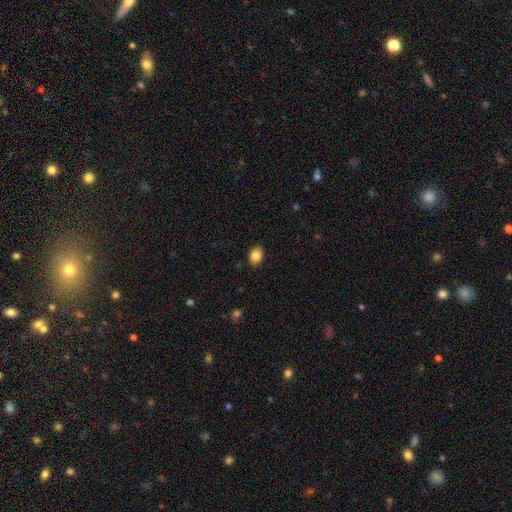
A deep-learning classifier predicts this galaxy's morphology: The model was most divided on "how rounded": in between: 74%, round: 25%, cigar-shaped: 1%. More confident: merging — none (88%); smooth or featured — smooth (85%).